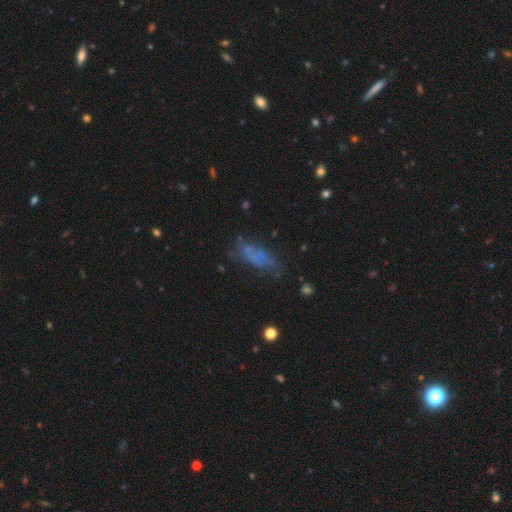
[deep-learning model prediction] Smooth or featured? smooth (54%)
How rounded? in between (68%)
Merging? none (49%)